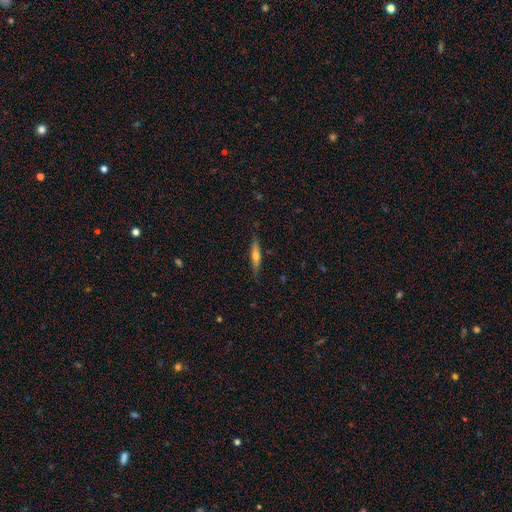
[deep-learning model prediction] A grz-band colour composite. It shows a featured or disk galaxy (49%). Merging: none (85%).